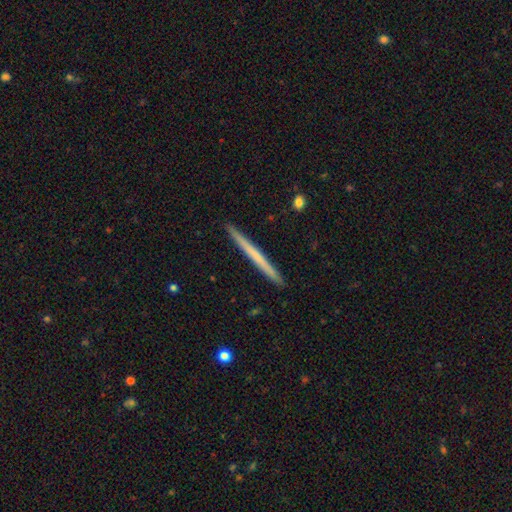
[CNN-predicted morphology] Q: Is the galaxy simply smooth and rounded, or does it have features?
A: smooth — 49%.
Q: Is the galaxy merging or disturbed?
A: none — 93%.